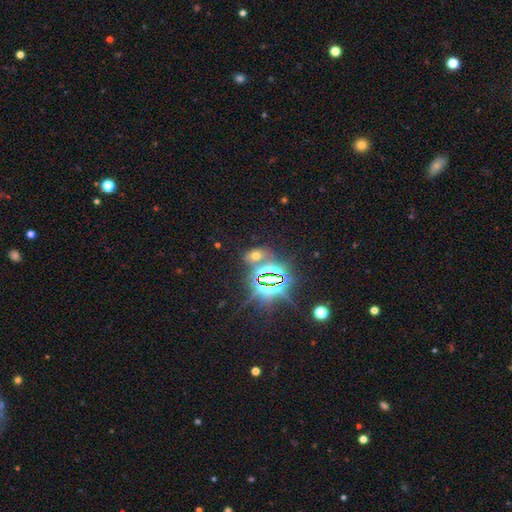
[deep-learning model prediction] Smooth or featured: star or artifact — 51% (smooth — 39%)